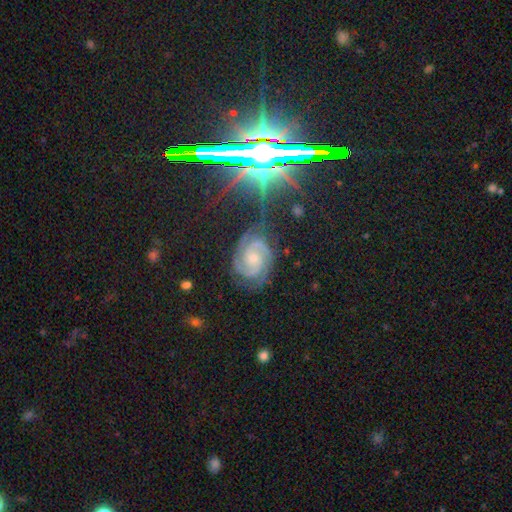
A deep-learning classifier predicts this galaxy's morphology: The model was most divided on "bulge size": small: 56%, moderate: 38%, none: 3%, large: 2%, dominant: 1%. More confident: spiral arms — yes (97%); edge-on disk — no (97%); smooth or featured — featured or disk (76%); merging — none (76%); spiral winding — tight (64%); bar — no (57%); spiral arm count — 2 (53%).